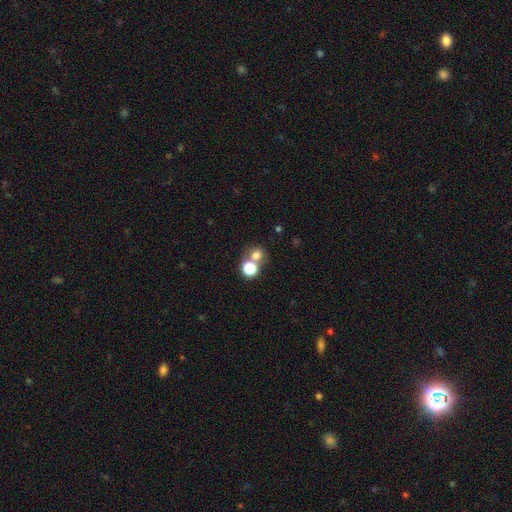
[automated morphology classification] A smooth galaxy with no disk features (71%) that is round (82%). Merging: none (50%).